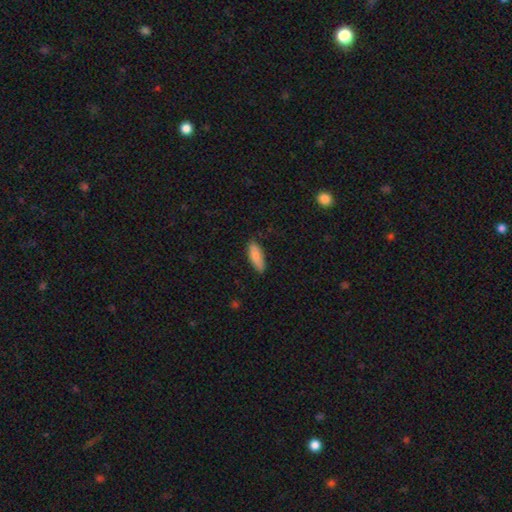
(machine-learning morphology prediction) Q: Smooth or featured?
A: smooth (87%); runner-up: featured or disk (8%)
Q: How rounded?
A: in between (61%); runner-up: cigar-shaped (37%)
Q: Merging?
A: none (84%); runner-up: minor disturbance (13%)